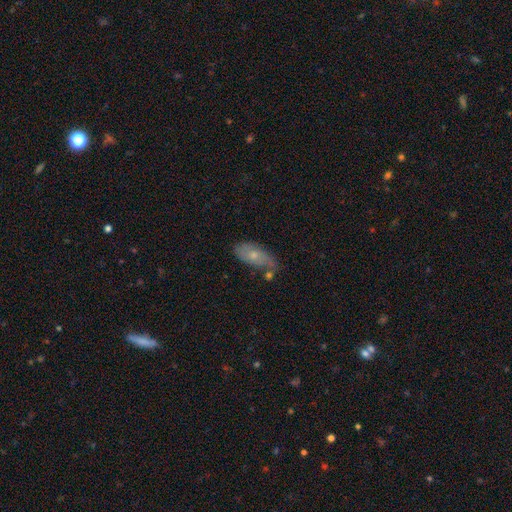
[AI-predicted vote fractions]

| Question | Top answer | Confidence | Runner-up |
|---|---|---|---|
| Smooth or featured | smooth | 56% | featured or disk (37%) |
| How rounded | in between | 85% | cigar-shaped (11%) |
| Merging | none | 54% | minor disturbance (27%) |